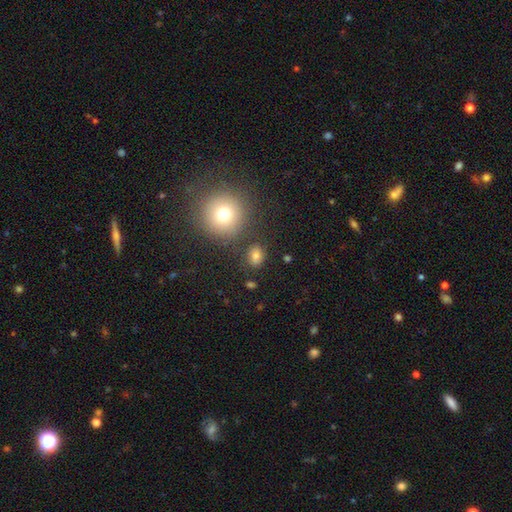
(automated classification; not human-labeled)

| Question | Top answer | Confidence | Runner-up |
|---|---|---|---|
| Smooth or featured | smooth | 77% | star or artifact (15%) |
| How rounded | in between | 52% | round (47%) |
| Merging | none | 81% | minor disturbance (11%) |